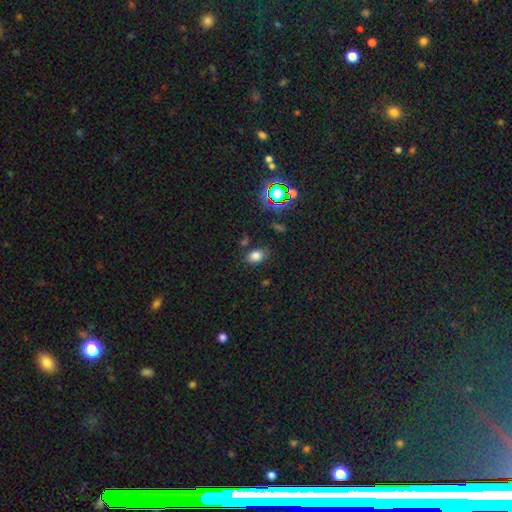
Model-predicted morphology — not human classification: A smooth galaxy with no disk features (77%) that is in between round and cigar-shaped (77%). Merging: none (78%).